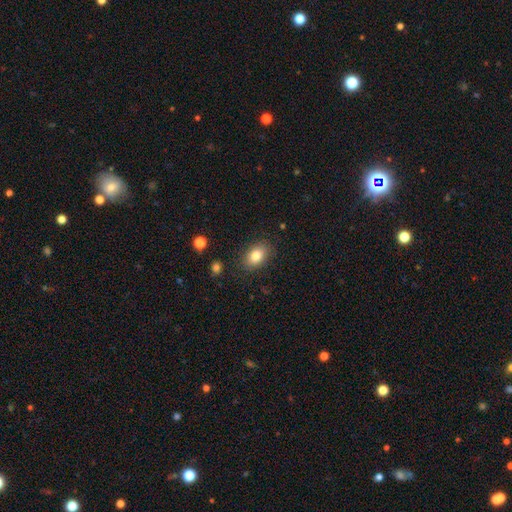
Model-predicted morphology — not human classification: The model was most divided on "how rounded": in between: 84%, round: 15%, cigar-shaped: 1%. More confident: merging — none (85%); smooth or featured — smooth (82%).